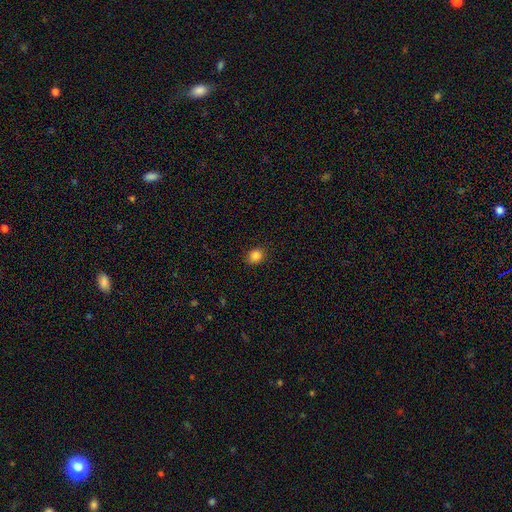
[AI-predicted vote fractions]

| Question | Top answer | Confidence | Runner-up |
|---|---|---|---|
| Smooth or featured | smooth | 85% | star or artifact (11%) |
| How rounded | round | 56% | in between (43%) |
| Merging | none | 88% | minor disturbance (8%) |